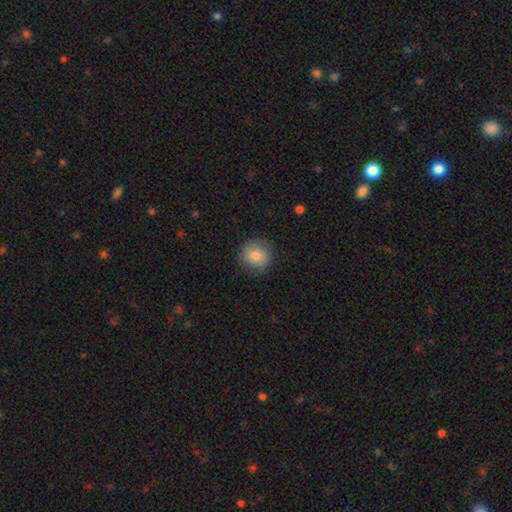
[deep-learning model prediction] Smooth or featured? Predicted: smooth (p=0.81). How rounded? Predicted: round (p=0.90). Merging? Predicted: none (p=0.85).